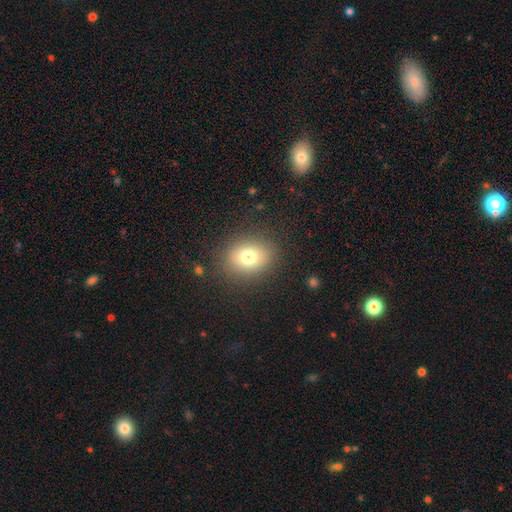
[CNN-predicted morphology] A smooth galaxy with no disk features (72%) that is in between round and cigar-shaped (57%). Merging: none (88%).